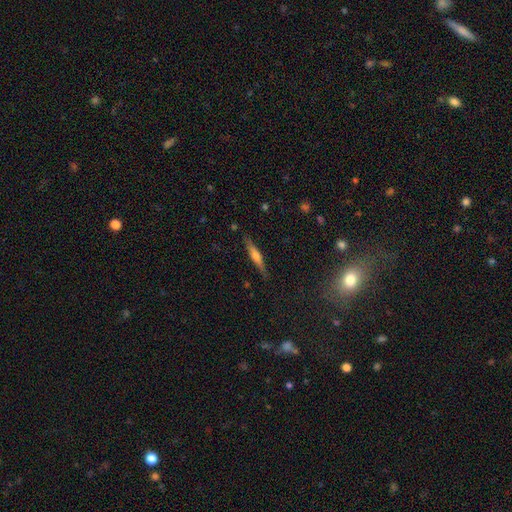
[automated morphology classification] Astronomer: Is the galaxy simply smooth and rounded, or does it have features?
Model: featured or disk — 56% (runner-up: smooth, 36%).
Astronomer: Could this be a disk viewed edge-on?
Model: yes — 96%.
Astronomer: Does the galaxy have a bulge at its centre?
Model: rounded — 80%.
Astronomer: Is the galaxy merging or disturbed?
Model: none — 87%.